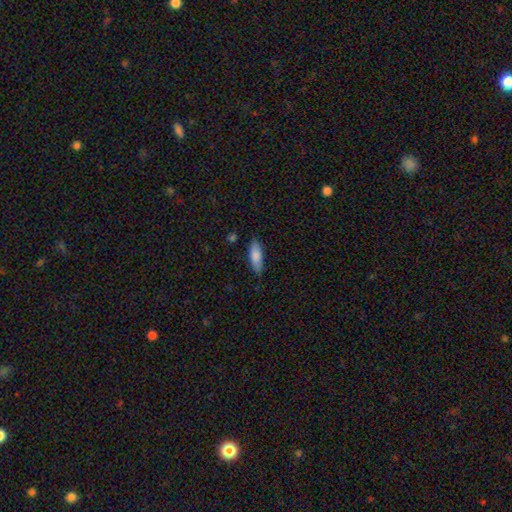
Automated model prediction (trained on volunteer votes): smooth_or_featured: smooth (p=0.83) [alt: featured or disk p=0.11]
how_rounded: in between (p=0.64) [alt: cigar-shaped p=0.34]
merging: none (p=0.82) [alt: minor disturbance p=0.14]